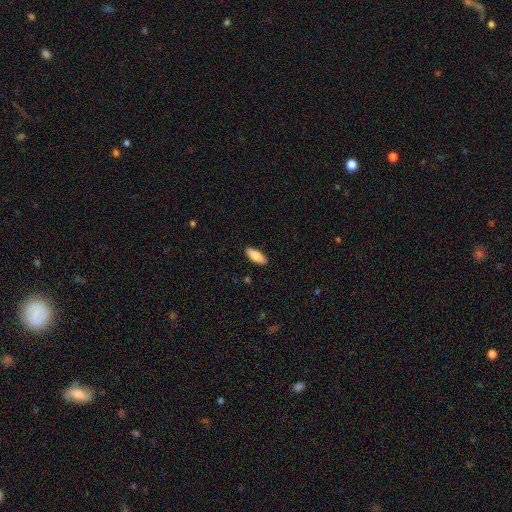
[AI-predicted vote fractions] Smooth or featured? Predicted: smooth (p=0.85). How rounded? Predicted: in between (p=0.74). Merging? Predicted: none (p=0.90).